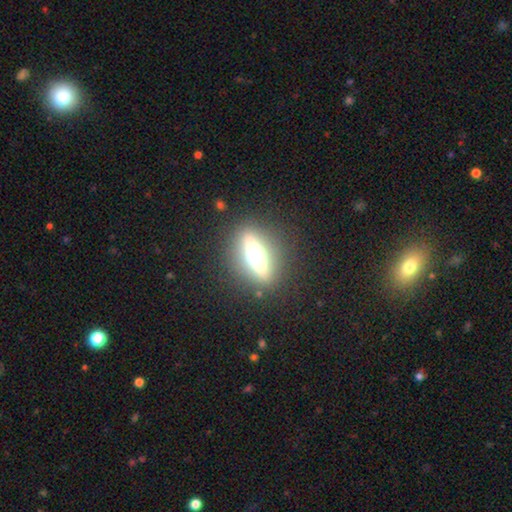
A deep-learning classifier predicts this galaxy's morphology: Smooth or featured?
  - featured or disk: 58% *
  - smooth: 28%
  - star or artifact: 14%
Edge-on disk?
  - yes: 82% *
  - no: 18%
Merging?
  - none: 85% *
  - minor disturbance: 8%
  - major disturbance: 5%
  - merger: 2%